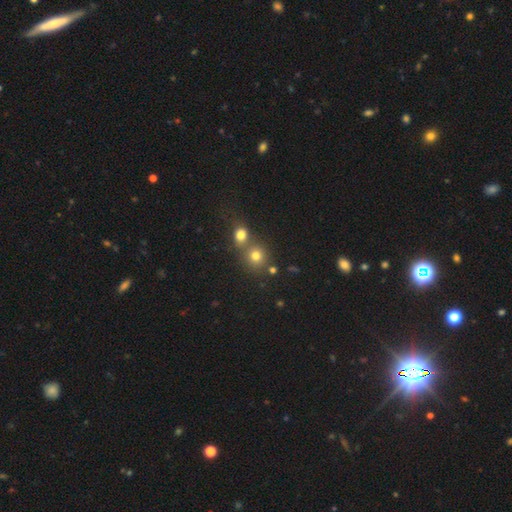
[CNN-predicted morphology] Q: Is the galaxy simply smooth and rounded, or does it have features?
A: smooth — 75%.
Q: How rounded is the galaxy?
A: round — 85%.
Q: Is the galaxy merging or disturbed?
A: none — 55%.